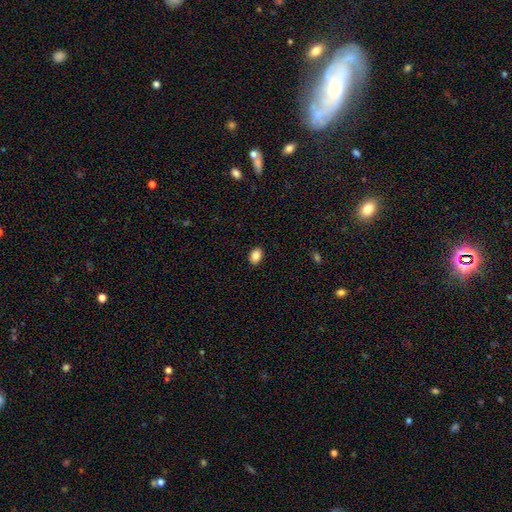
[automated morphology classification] Smooth or featured? Predicted: smooth (p=0.87). How rounded? Predicted: in between (p=0.82). Merging? Predicted: none (p=0.89).